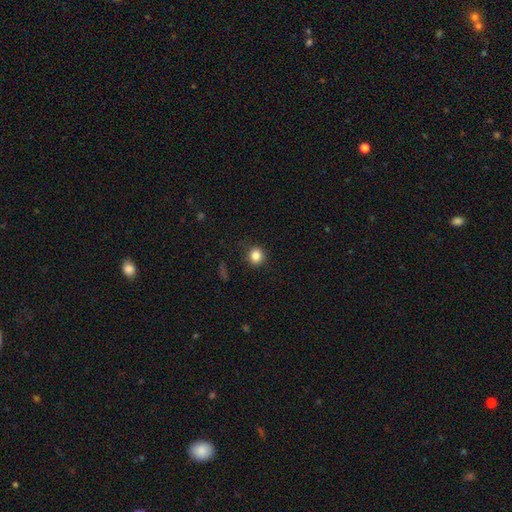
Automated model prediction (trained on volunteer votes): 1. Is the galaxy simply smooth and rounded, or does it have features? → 84% smooth, 11% star or artifact, 5% featured or disk.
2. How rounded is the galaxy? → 84% round, 15% in between, 1% cigar-shaped.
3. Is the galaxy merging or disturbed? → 84% none, 11% minor disturbance, 3% major disturbance, 1% merger.